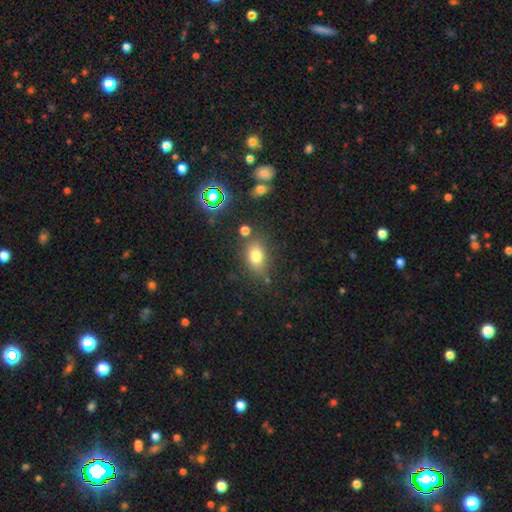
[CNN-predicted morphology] Overall: smooth (76%). How rounded: in between (75%). Merging: none (73%).